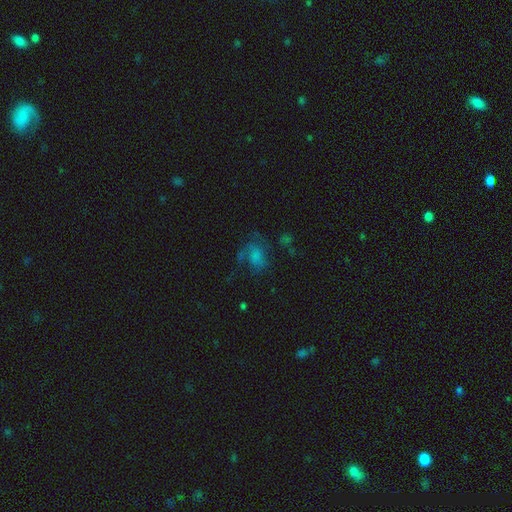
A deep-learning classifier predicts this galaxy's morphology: smooth_or_featured: smooth (p=0.42) [alt: featured or disk p=0.41]
merging: major disturbance (p=0.39) [alt: none p=0.37]